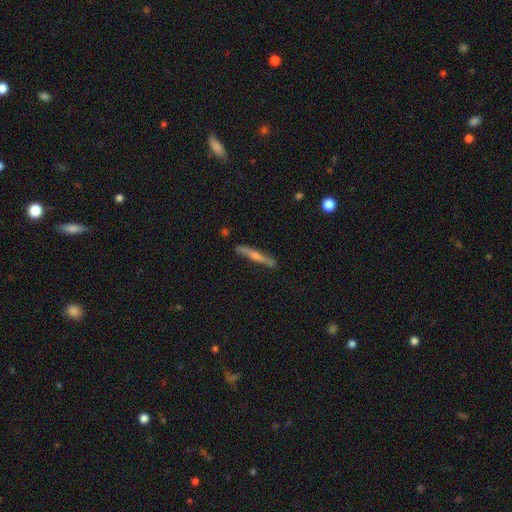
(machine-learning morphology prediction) The model was most divided on "smooth or featured": featured or disk: 53%, smooth: 31%, star or artifact: 16%. More confident: edge-on disk — yes (88%); merging — none (82%).